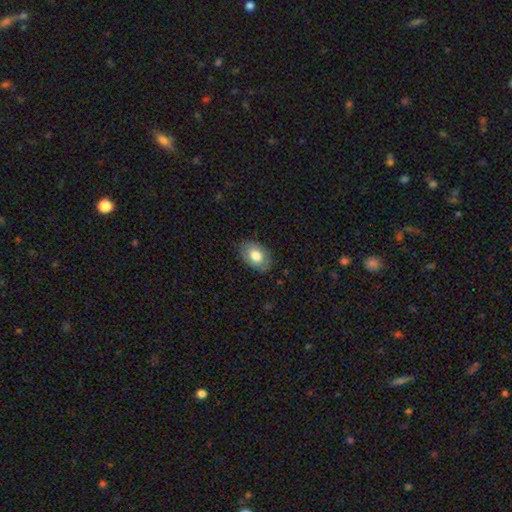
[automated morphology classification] A smooth galaxy with no disk features (71%) that is in between round and cigar-shaped (84%). Merging: none (81%).